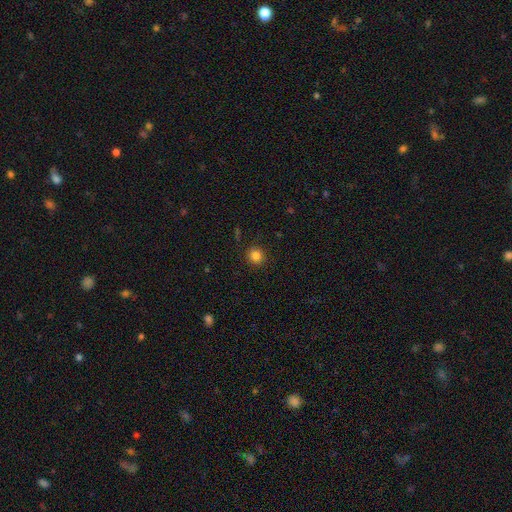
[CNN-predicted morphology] Smooth or featured? Predicted: smooth (p=0.83). How rounded? Predicted: round (p=0.91). Merging? Predicted: none (p=0.90).